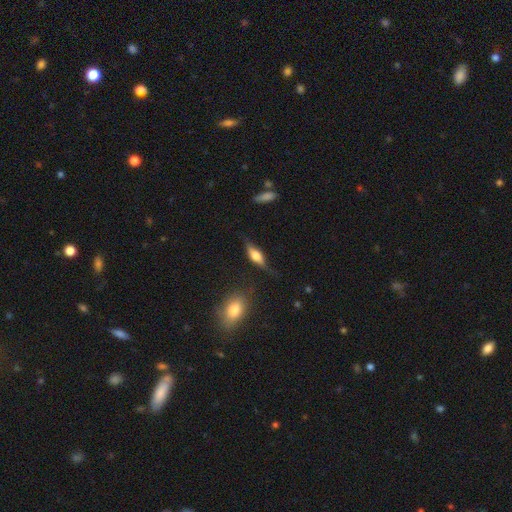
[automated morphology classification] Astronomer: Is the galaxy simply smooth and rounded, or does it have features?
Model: featured or disk — 50% (runner-up: smooth, 42%).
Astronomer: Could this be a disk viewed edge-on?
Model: yes — 89%.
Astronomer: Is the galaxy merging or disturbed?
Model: none — 66%.